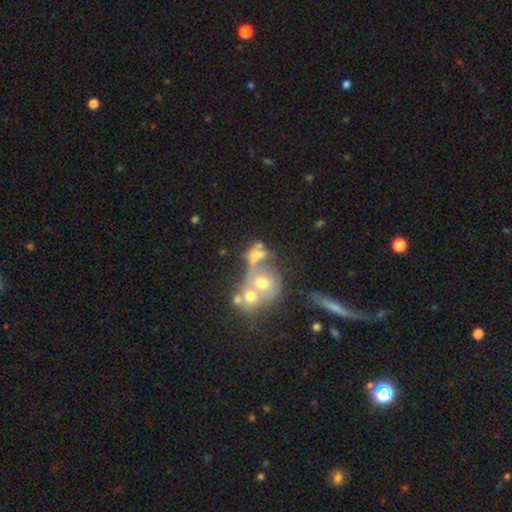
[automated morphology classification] Q: Smooth or featured?
A: smooth (45%); runner-up: featured or disk (38%)
Q: Merging?
A: merger (62%); runner-up: none (19%)